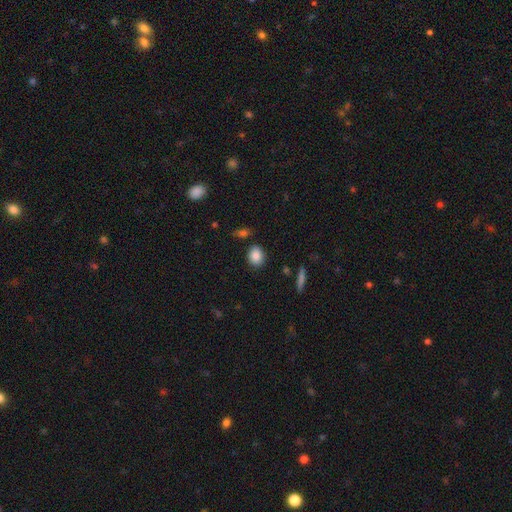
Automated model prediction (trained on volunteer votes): A smooth galaxy with no disk features (87%) that is in between round and cigar-shaped (53%). Merging: none (82%).